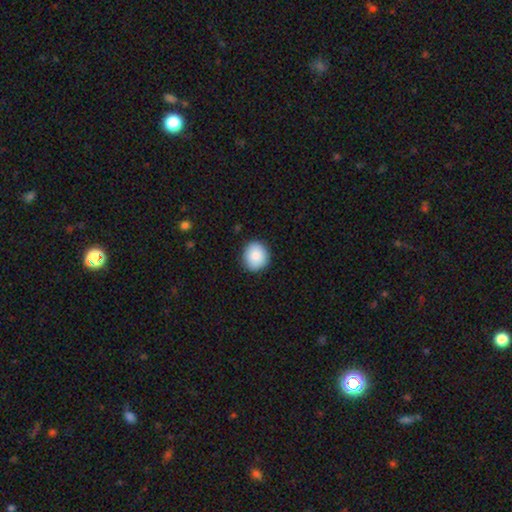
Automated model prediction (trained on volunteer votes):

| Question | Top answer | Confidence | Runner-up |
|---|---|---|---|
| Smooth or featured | smooth | 87% | star or artifact (7%) |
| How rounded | round | 83% | in between (16%) |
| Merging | none | 88% | minor disturbance (9%) |